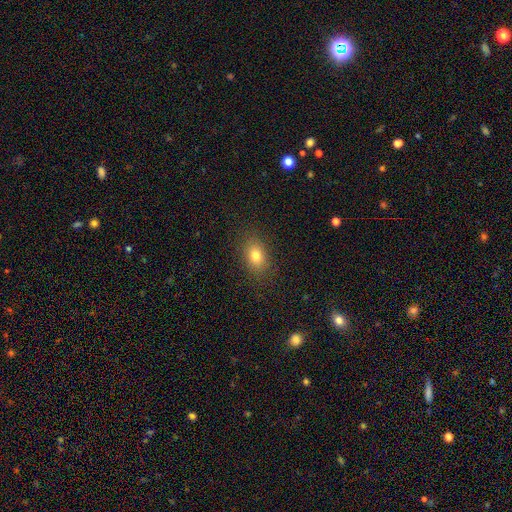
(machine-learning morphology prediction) A smooth galaxy with no disk features (78%) that is in between round and cigar-shaped (76%). Merging: none (86%).